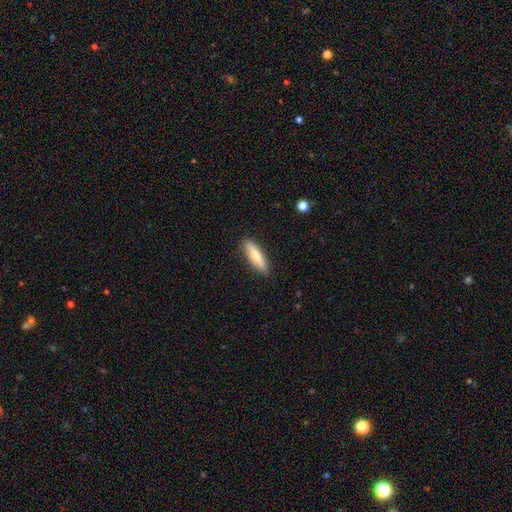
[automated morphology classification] Smooth or featured?
  - smooth: 66% *
  - featured or disk: 28%
  - star or artifact: 6%
How rounded?
  - cigar-shaped: 64% *
  - in between: 34%
  - round: 2%
Merging?
  - none: 88% *
  - minor disturbance: 9%
  - major disturbance: 2%
  - merger: 1%